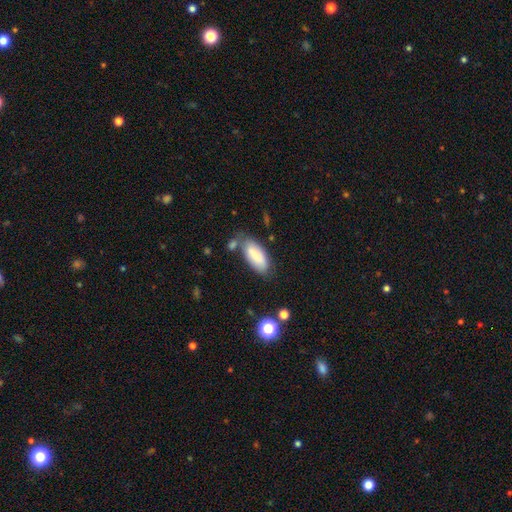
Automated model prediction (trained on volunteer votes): Morphology: type=smooth (84%); roundness=in between (84%); merging=none (64%).